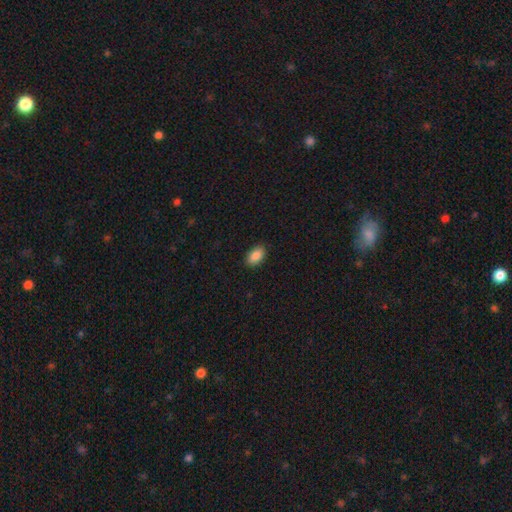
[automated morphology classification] Smooth or featured? Predicted: smooth (p=0.87). How rounded? Predicted: in between (p=0.92). Merging? Predicted: none (p=0.89).